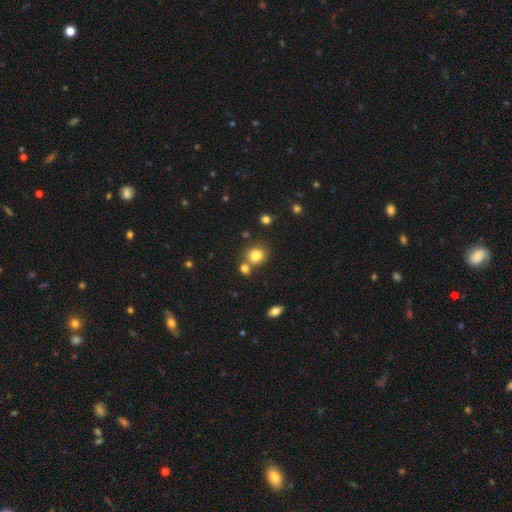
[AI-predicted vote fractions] Overall: smooth (81%). How rounded: round (78%). Merging: none (62%; merger 24%).